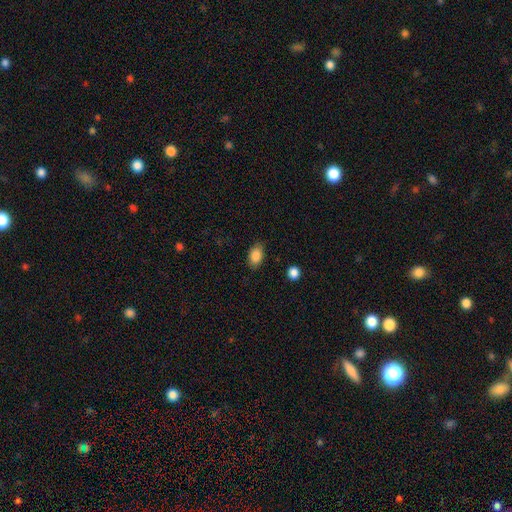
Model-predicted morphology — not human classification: Smooth or featured? Predicted: smooth (p=0.86). How rounded? Predicted: in between (p=0.88). Merging? Predicted: none (p=0.83).